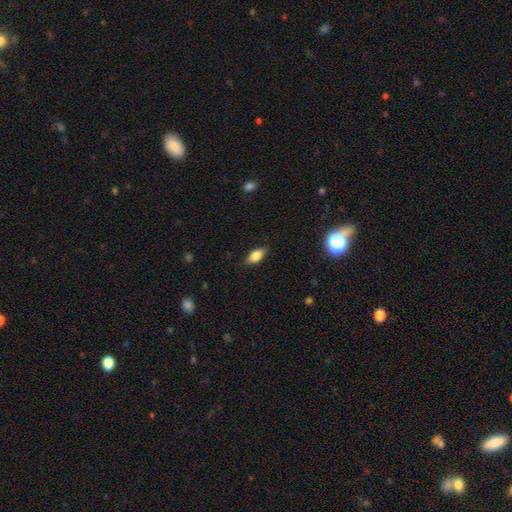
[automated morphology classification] smooth 76%, featured or disk 16%, star or artifact 8%. Down the decision tree: how rounded — in between (85%); merging — none (83%).